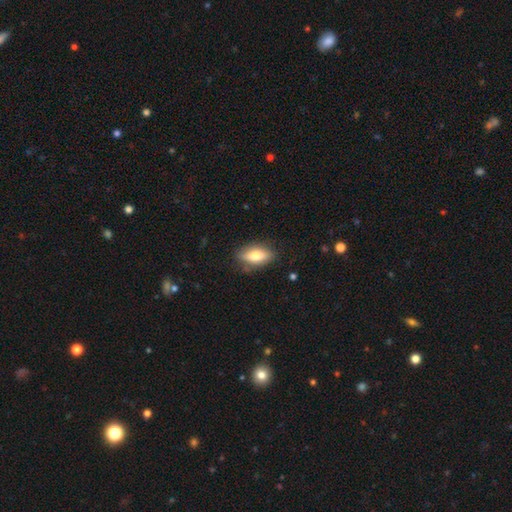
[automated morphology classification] A smooth galaxy with no disk features (70%) that is in between round and cigar-shaped (81%).

Vote fractions:
- Smooth or featured? smooth: 70% / featured or disk: 23% / star or artifact: 7%
- How rounded? in between: 81% / cigar-shaped: 15% / round: 4%
- Merging? none: 80% / minor disturbance: 15% / major disturbance: 3% / merger: 2%